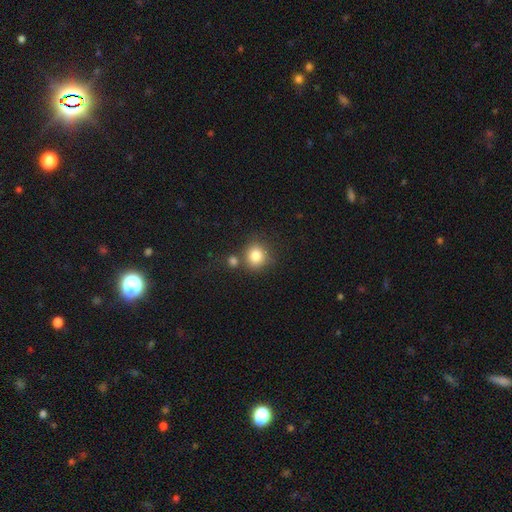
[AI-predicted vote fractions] A smooth galaxy with no disk features (82%) that is round (88%). Merging: none (67%).